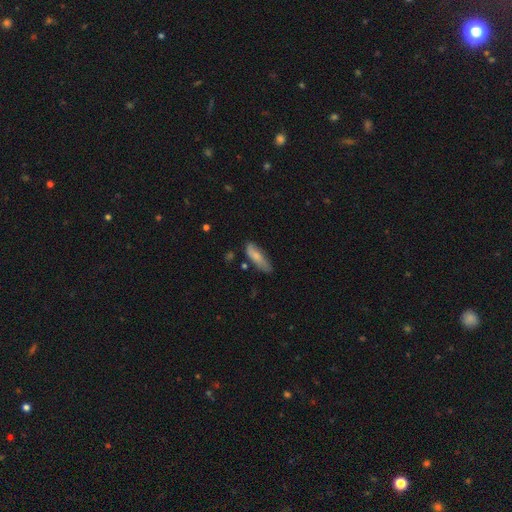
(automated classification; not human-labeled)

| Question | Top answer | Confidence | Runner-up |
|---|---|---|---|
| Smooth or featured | smooth | 76% | featured or disk (18%) |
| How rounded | cigar-shaped | 50% | in between (48%) |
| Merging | none | 63% | minor disturbance (27%) |